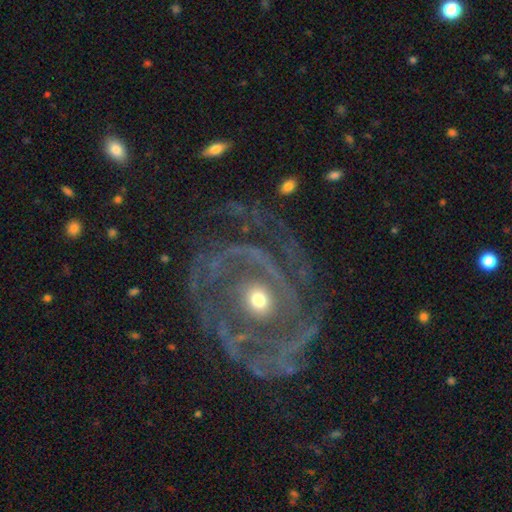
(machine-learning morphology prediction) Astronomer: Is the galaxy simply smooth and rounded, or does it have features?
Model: featured or disk — 90%.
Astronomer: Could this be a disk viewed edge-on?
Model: no — 97%.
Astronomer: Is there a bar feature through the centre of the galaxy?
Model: no — 70%.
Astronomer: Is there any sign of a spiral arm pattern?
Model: yes — 94%.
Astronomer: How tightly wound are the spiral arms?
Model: tight — 62%.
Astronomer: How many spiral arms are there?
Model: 2 — 34% (runner-up: 3, 22%).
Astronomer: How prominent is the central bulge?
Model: moderate — 56% (runner-up: small, 40%).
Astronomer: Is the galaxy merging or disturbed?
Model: none — 67%.